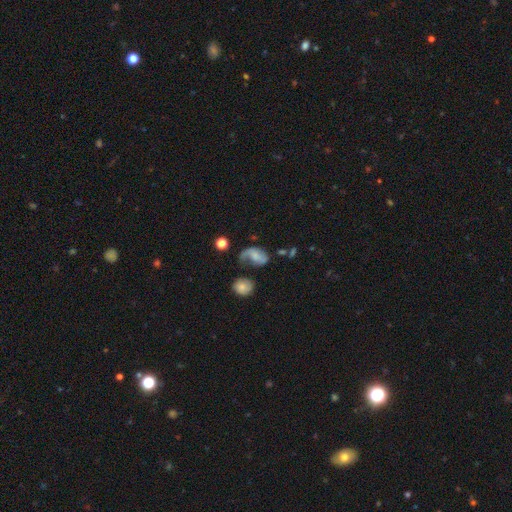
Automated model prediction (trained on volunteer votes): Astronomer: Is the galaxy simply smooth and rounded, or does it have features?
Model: featured or disk — 45% (runner-up: smooth, 44%).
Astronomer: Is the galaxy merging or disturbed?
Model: major disturbance — 38% (runner-up: none, 27%).